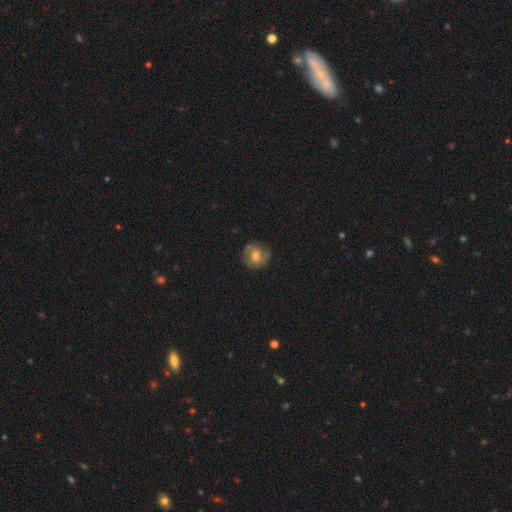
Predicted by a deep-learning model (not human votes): Morphology: type=smooth (51%); roundness=round (82%); merging=none (75%).